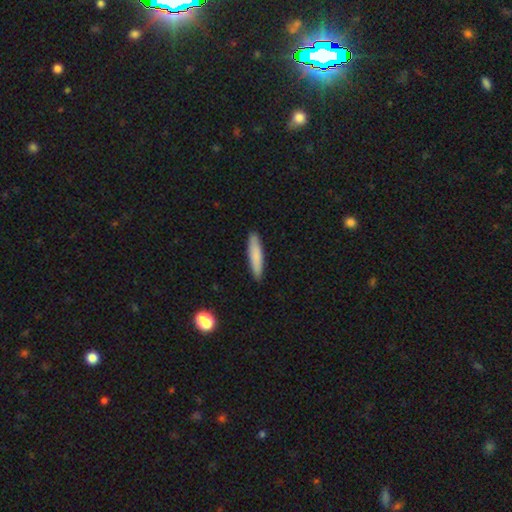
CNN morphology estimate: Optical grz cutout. It shows a smooth galaxy with no disk features (81%) that is cigar-shaped (86%). Merging: none (90%).